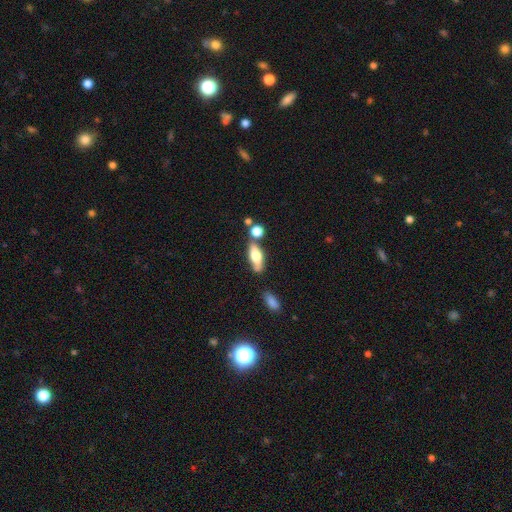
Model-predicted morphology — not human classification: The model was most divided on "smooth or featured": smooth: 58%, featured or disk: 34%, star or artifact: 8%. More confident: how rounded — in between (64%); merging — none (62%).